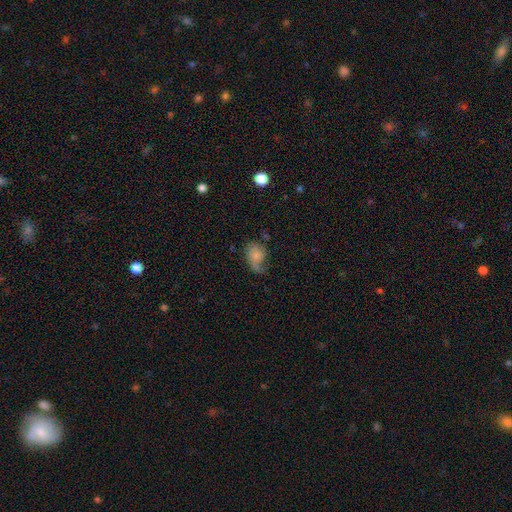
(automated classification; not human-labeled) Smooth or featured? smooth (55%)
How rounded? in between (68%)
Merging? none (36%)